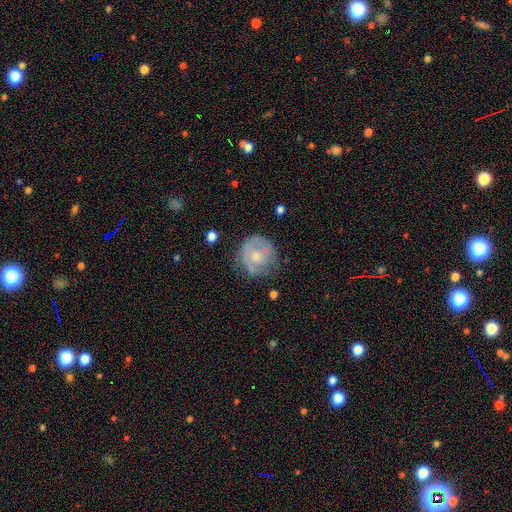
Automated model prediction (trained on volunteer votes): featured or disk 52%, smooth 41%, star or artifact 7%. Down the decision tree: edge-on disk — no (97%); bar — no (80%); spiral arms — yes (58%); bulge size — small (47%); merging — none (61%).